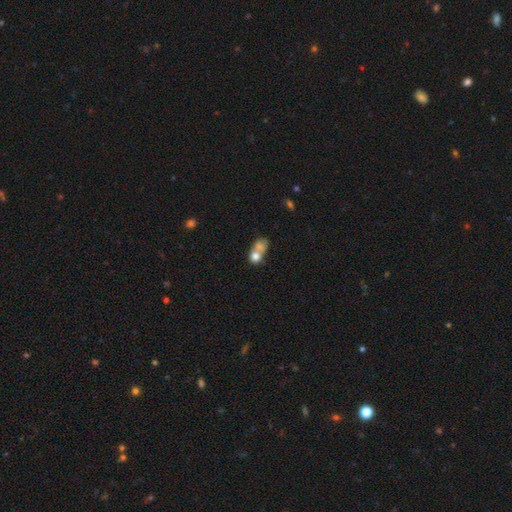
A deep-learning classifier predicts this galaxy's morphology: The model was most divided on "how rounded": round: 55%, in between: 43%, cigar-shaped: 2%. More confident: smooth or featured — smooth (72%); merging — merger (63%).